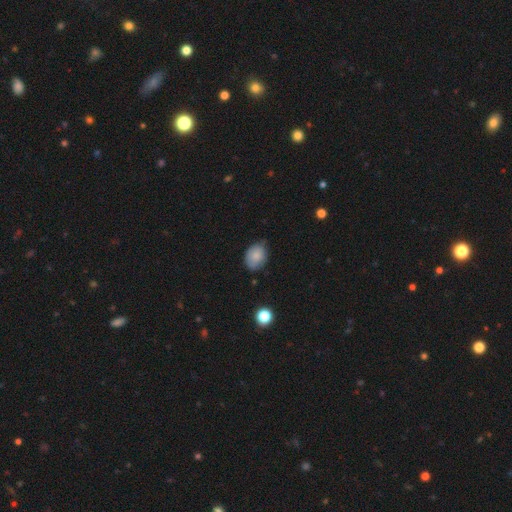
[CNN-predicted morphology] Overall: smooth (81%). How rounded: in between (70%). Merging: none (67%).